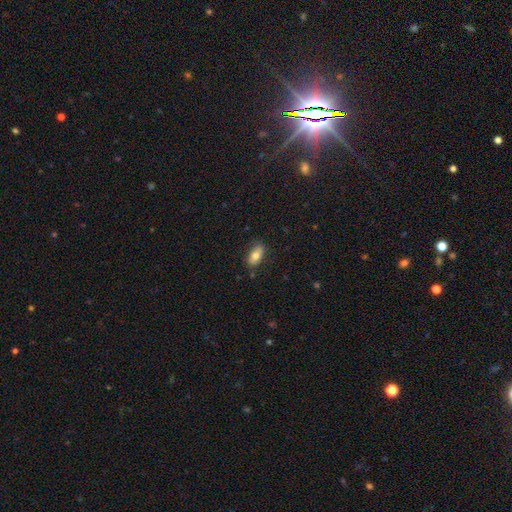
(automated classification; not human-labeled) The model was most divided on "smooth or featured": smooth: 75%, featured or disk: 18%, star or artifact: 7%. More confident: how rounded — in between (89%); merging — none (77%).